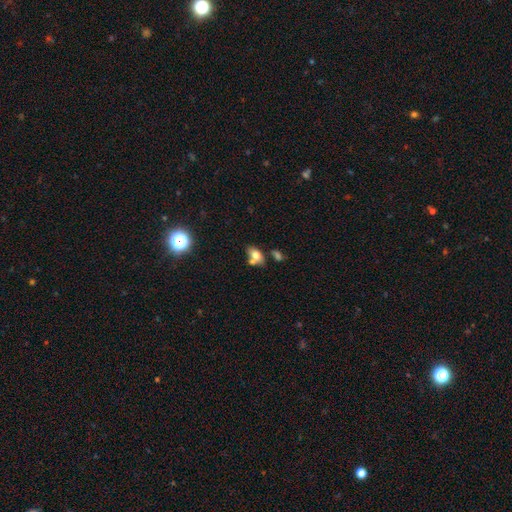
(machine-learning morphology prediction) A smooth galaxy with no disk features (69%) that is in between round and cigar-shaped (83%).

Vote fractions:
- Smooth or featured? smooth: 69% / featured or disk: 20% / star or artifact: 11%
- How rounded? in between: 83% / round: 14% / cigar-shaped: 3%
- Merging? none: 43% / merger: 38% / minor disturbance: 13% / major disturbance: 5%